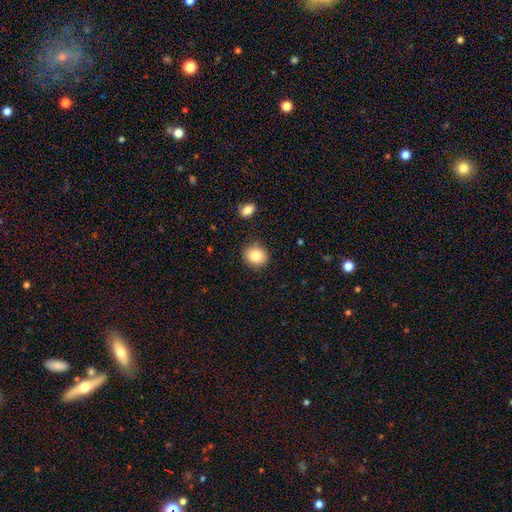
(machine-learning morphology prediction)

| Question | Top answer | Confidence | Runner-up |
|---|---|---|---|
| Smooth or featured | smooth | 83% | star or artifact (9%) |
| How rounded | round | 76% | in between (23%) |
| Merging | none | 87% | minor disturbance (9%) |